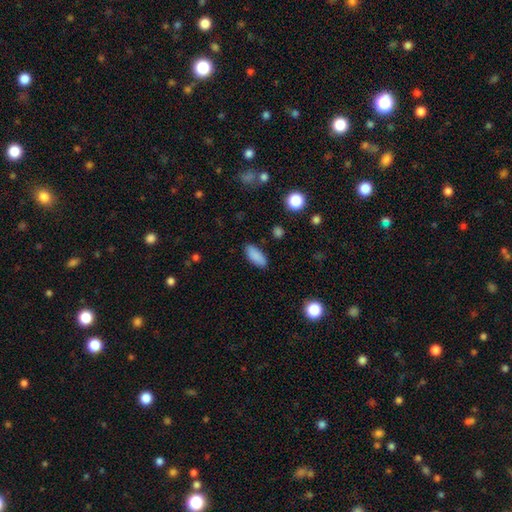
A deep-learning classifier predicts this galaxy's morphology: Smooth or featured?
  - smooth: 88% *
  - star or artifact: 8%
  - featured or disk: 4%
How rounded?
  - in between: 83% *
  - cigar-shaped: 14%
  - round: 2%
Merging?
  - none: 86% *
  - minor disturbance: 10%
  - major disturbance: 2%
  - merger: 2%